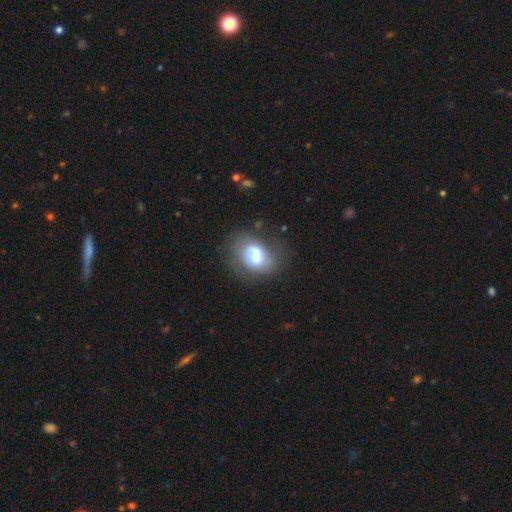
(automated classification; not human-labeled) A smooth galaxy with no disk features (49%).

Vote fractions:
- Smooth or featured? smooth: 49% / featured or disk: 42% / star or artifact: 9%
- Merging? none: 49% / minor disturbance: 26% / major disturbance: 18% / merger: 6%